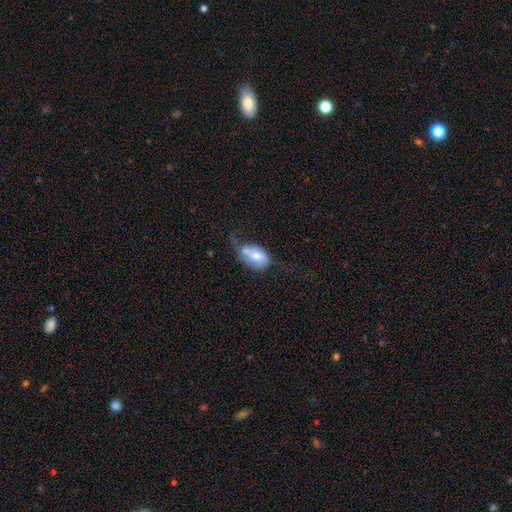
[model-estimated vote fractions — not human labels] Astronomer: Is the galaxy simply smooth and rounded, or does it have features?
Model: smooth — 58% (runner-up: featured or disk, 35%).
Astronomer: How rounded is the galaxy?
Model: in between — 86%.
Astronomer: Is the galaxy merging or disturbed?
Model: major disturbance — 27% (runner-up: minor disturbance, 26%).